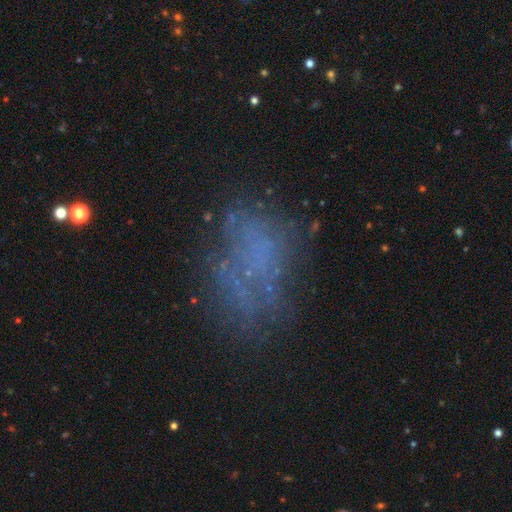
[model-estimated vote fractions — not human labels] Morphology: type=featured or disk (40%); merging=none (53%).